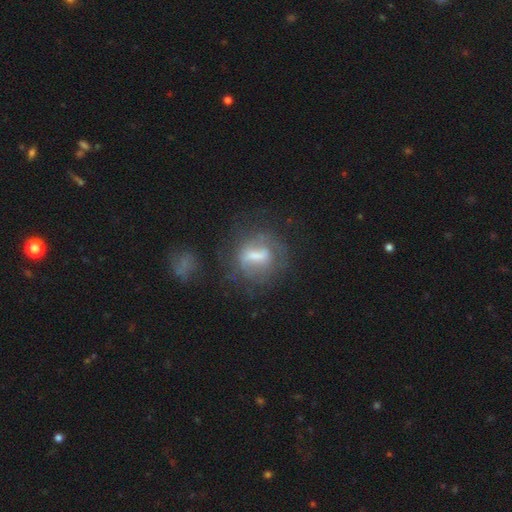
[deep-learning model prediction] Smooth or featured? Predicted: featured or disk (p=0.54). Edge-on disk? Predicted: no (p=0.92). Merging? Predicted: none (p=0.51).